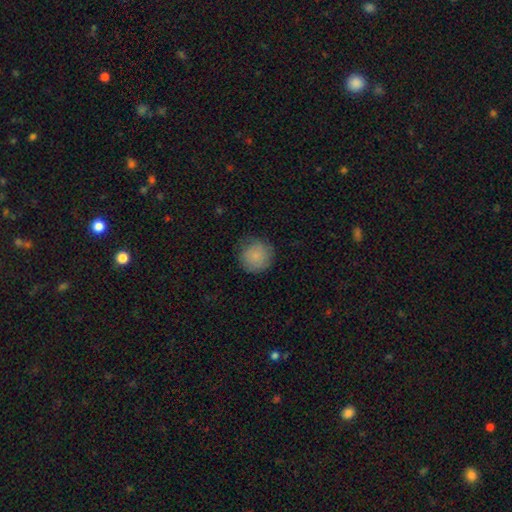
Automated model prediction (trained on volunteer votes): A smooth galaxy with no disk features (83%) that is round (93%).

Vote fractions:
- Smooth or featured? smooth: 83% / featured or disk: 10% / star or artifact: 7%
- How rounded? round: 93% / in between: 6% / cigar-shaped: 1%
- Merging? none: 75% / minor disturbance: 19% / major disturbance: 5% / merger: 1%